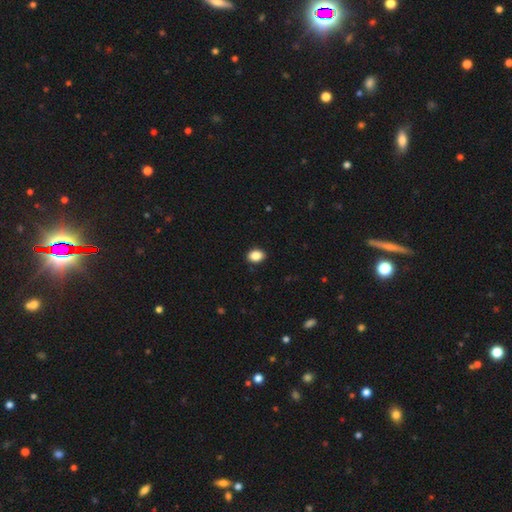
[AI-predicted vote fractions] Smooth or featured? Predicted: smooth (p=0.87). How rounded? Predicted: in between (p=0.71). Merging? Predicted: none (p=0.90).